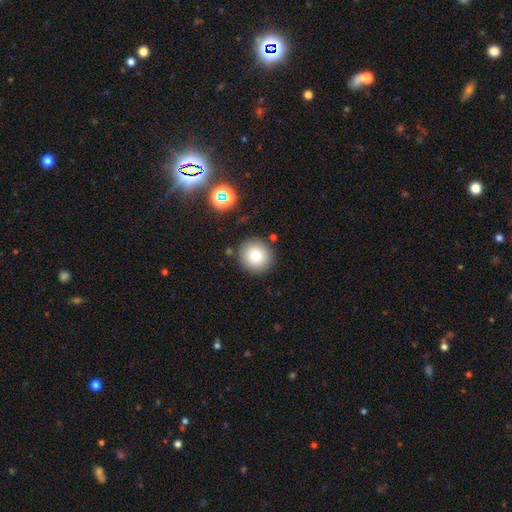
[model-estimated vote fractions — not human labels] smooth 80%, star or artifact 11%, featured or disk 9%. Down the decision tree: how rounded — round (93%); merging — none (86%).